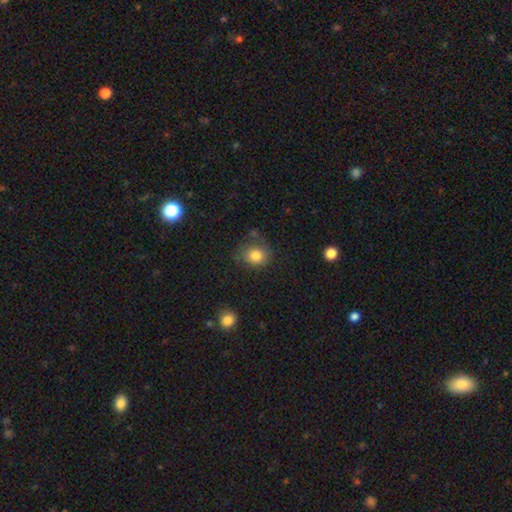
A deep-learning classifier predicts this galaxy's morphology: smooth 81%, star or artifact 10%, featured or disk 9%. Down the decision tree: how rounded — round (72%); merging — none (63%).